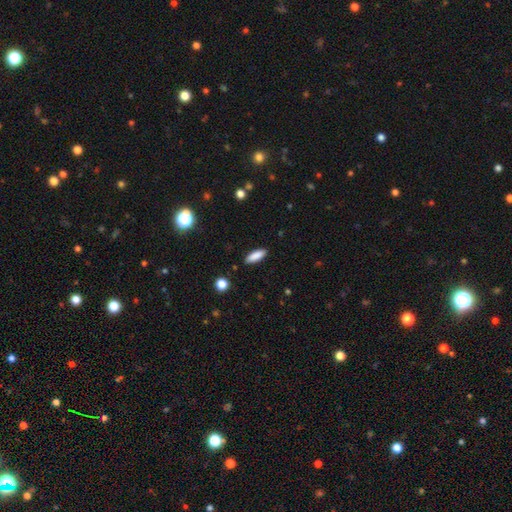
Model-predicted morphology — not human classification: smooth 86%, featured or disk 8%, star or artifact 7%. Down the decision tree: how rounded — in between (53%); merging — none (89%).